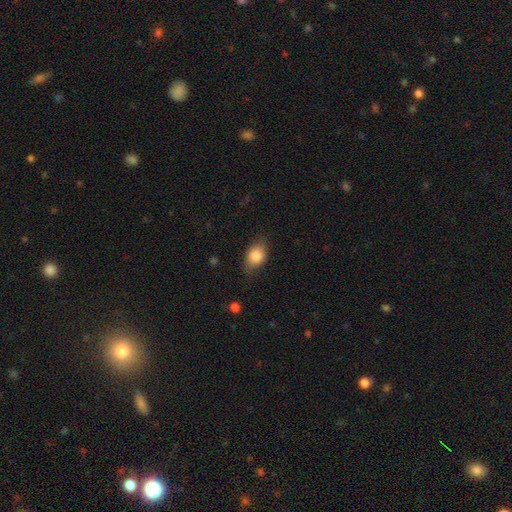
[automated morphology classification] Smooth or featured? Predicted: smooth (p=0.84). How rounded? Predicted: in between (p=0.74). Merging? Predicted: none (p=0.73).